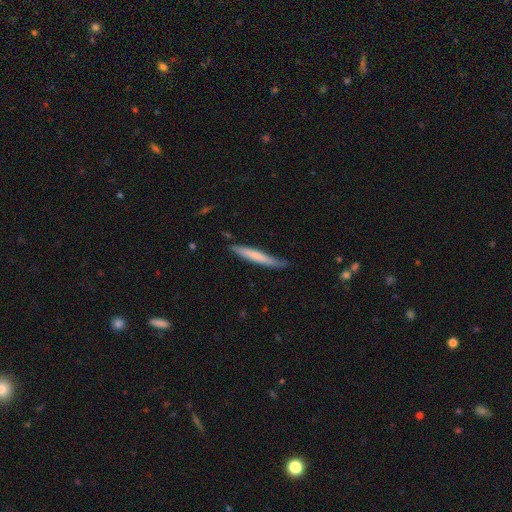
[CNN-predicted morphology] Smooth or featured?
  - smooth: 65% *
  - featured or disk: 30%
  - star or artifact: 5%
How rounded?
  - cigar-shaped: 95% *
  - in between: 4%
  - round: 1%
Merging?
  - none: 72% *
  - minor disturbance: 22%
  - major disturbance: 4%
  - merger: 2%